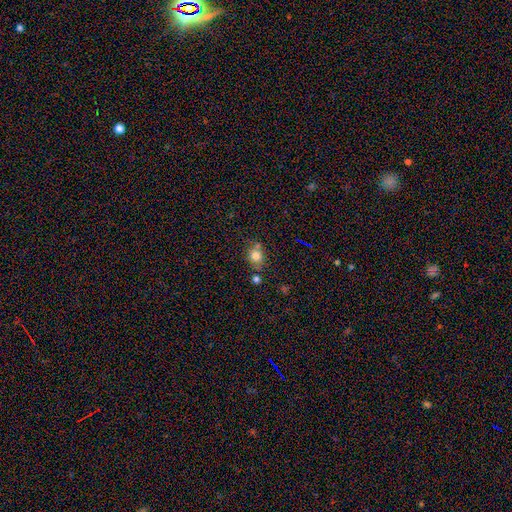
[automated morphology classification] type=smooth (77%); roundness=round (74%); merging=none (63%).